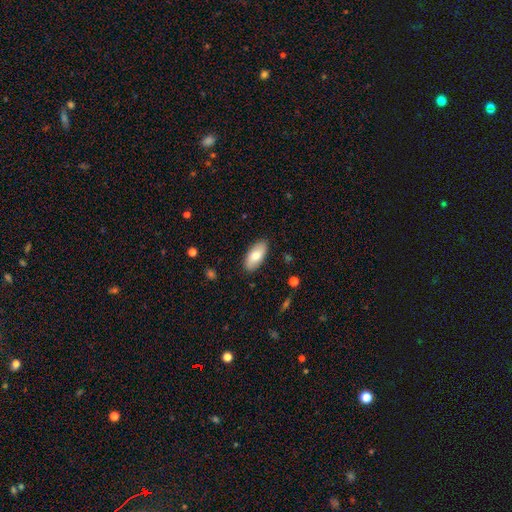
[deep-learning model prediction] Smooth or featured: smooth — 75% (featured or disk — 19%)
How rounded: in between — 91% (cigar-shaped — 7%)
Merging: none — 88% (minor disturbance — 9%)